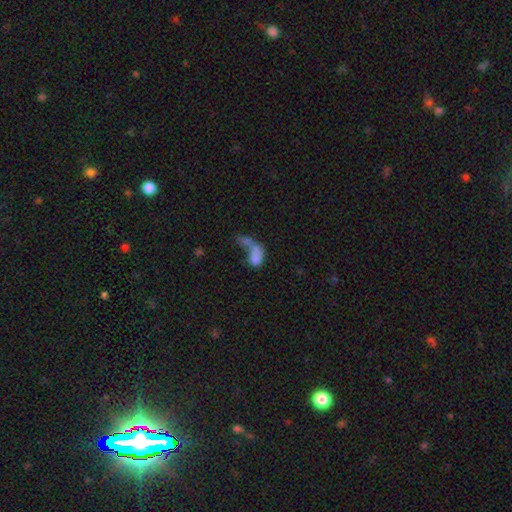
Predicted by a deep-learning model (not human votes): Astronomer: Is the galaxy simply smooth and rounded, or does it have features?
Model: smooth — 64%.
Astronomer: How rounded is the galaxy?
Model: in between — 81%.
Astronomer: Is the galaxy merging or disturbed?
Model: merger — 47% (runner-up: major disturbance, 29%).